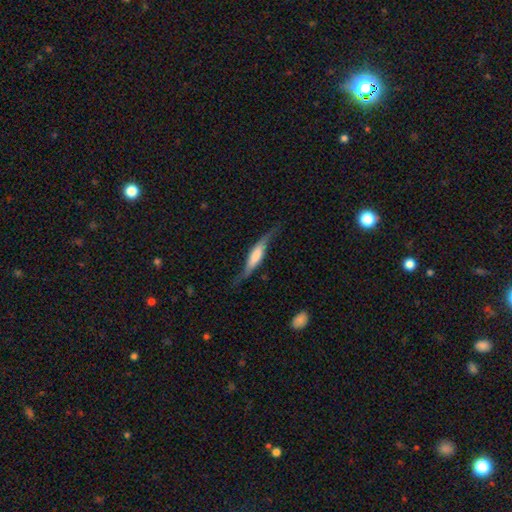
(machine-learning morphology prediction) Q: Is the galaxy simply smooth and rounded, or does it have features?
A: featured or disk — 63%.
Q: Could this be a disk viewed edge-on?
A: yes — 63%.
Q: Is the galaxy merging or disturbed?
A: none — 63%.